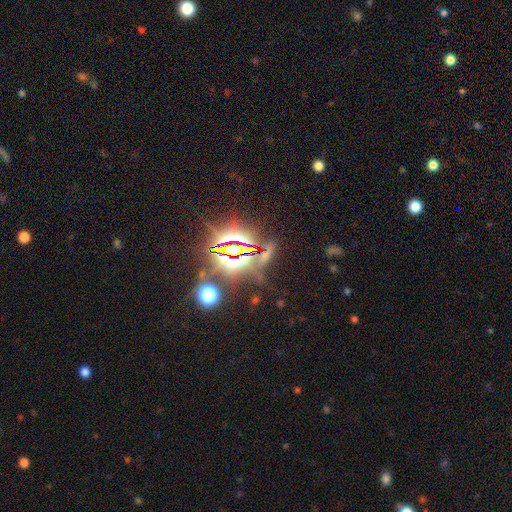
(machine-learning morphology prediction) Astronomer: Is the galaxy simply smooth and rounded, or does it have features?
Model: star or artifact — 83%.